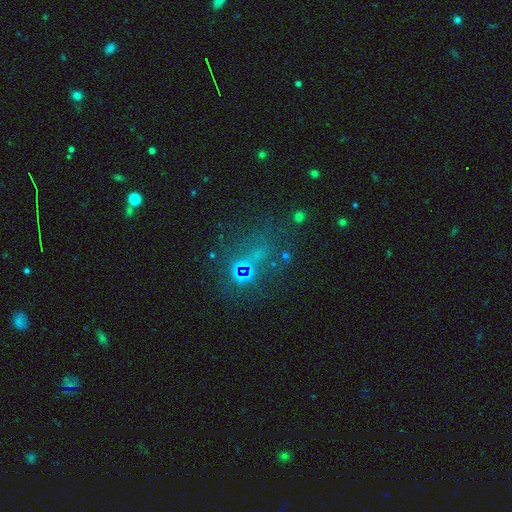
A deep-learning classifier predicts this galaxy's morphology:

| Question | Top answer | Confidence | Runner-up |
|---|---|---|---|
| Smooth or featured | star or artifact | 52% | smooth (26%) |